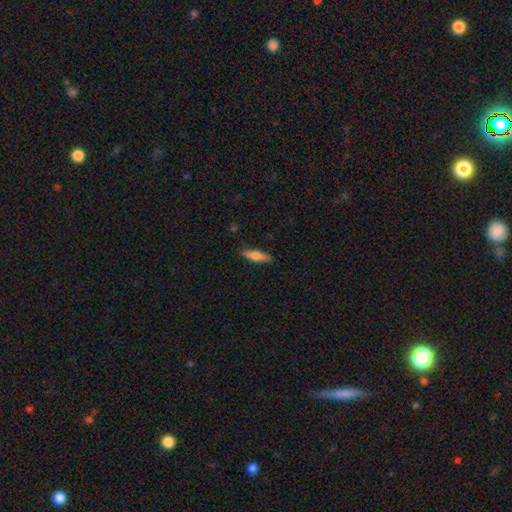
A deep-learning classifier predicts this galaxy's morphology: Overall: smooth (61%; featured or disk 33%). How rounded: cigar-shaped (69%; in between 29%). Merging: none (86%).